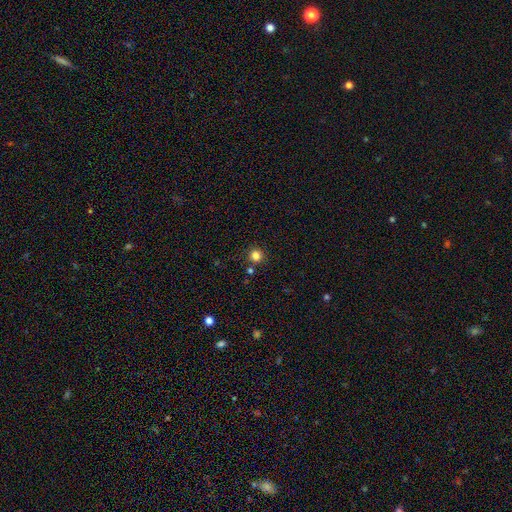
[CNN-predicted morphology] type=smooth (82%); roundness=round (93%); merging=none (85%).